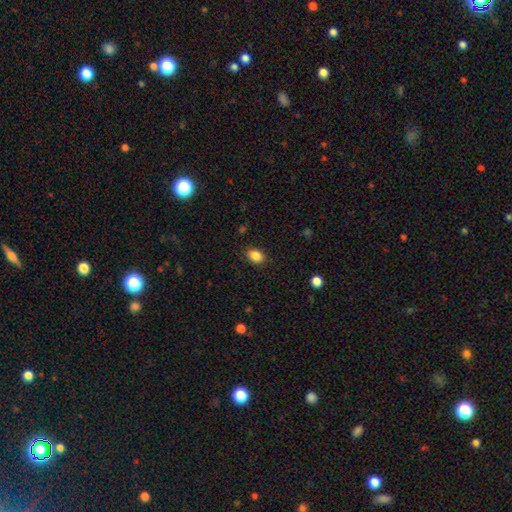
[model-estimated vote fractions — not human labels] Smooth or featured? Predicted: smooth (p=0.87). How rounded? Predicted: in between (p=0.72). Merging? Predicted: none (p=0.86).